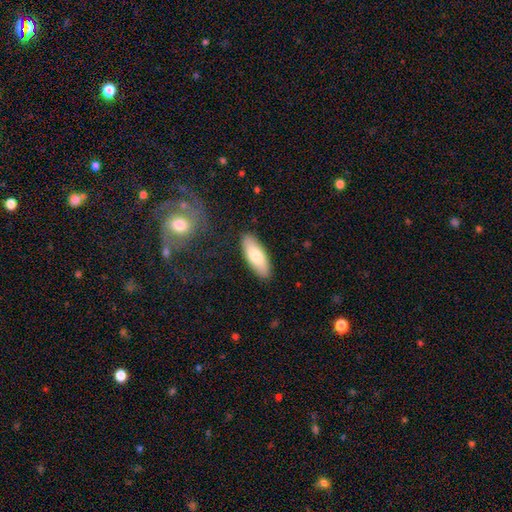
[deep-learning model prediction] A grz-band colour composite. It shows a smooth galaxy with no disk features (77%) that is in between round and cigar-shaped (71%). Merging: none (88%).